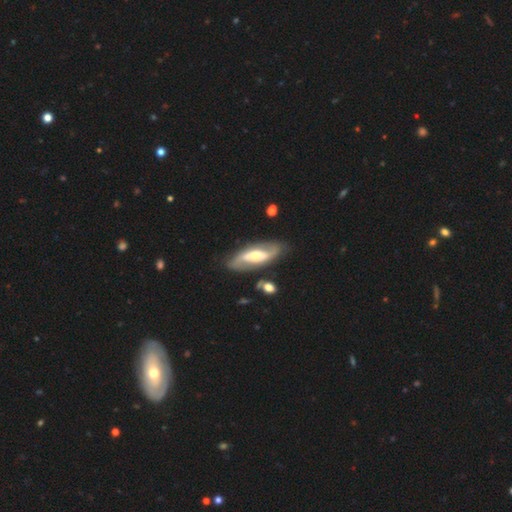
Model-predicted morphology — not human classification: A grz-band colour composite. It shows a featured or disk galaxy (78%) with a strong bar (42%), 2 (88%) medium (41%) spiral arms (87%) and a moderate central bulge (63%). Merging: none (80%).